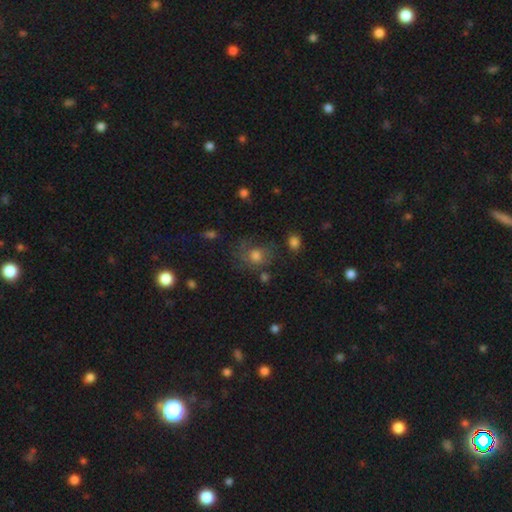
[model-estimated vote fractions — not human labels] Smooth or featured: smooth — 61% (featured or disk — 22%)
How rounded: round — 65% (in between — 34%)
Merging: none — 54% (minor disturbance — 22%)